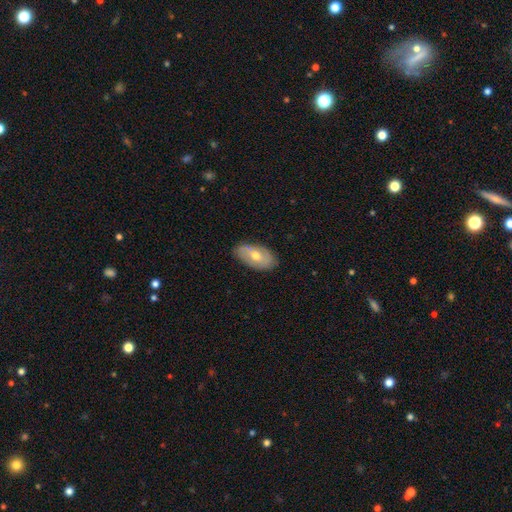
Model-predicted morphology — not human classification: This appears to be a featured or disk galaxy (48%). Merging: none (83%).